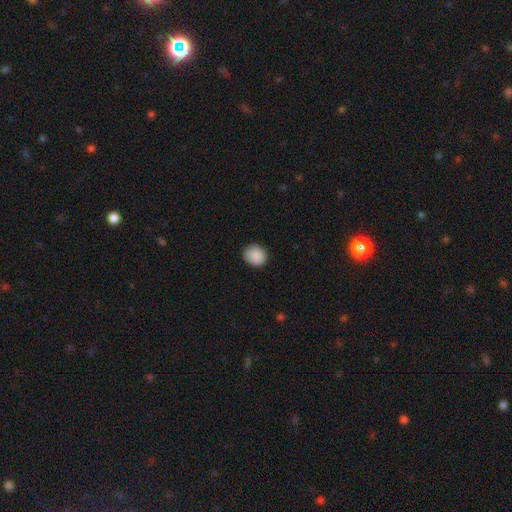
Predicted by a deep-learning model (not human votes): smooth_or_featured: smooth (p=0.89) [alt: star or artifact p=0.08]
how_rounded: round (p=0.78) [alt: in between p=0.21]
merging: none (p=0.84) [alt: minor disturbance p=0.12]